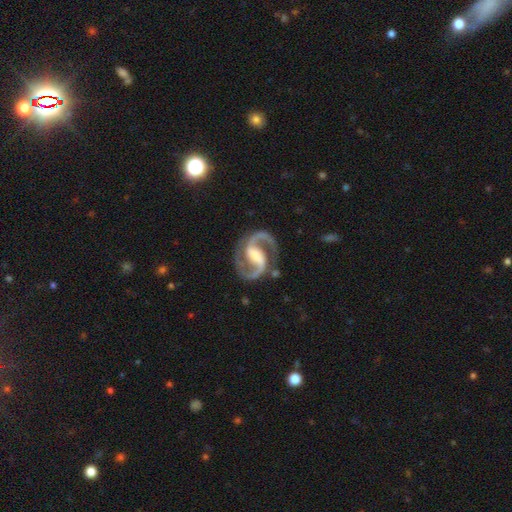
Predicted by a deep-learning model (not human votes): Smooth or featured? featured or disk (94%)
Edge-on disk? no (98%)
Bar? strong (46%)
Spiral arms? yes (99%)
Spiral winding? medium (68%)
Spiral arm count? 2 (95%)
Bulge size? moderate (44%)
Merging? none (84%)